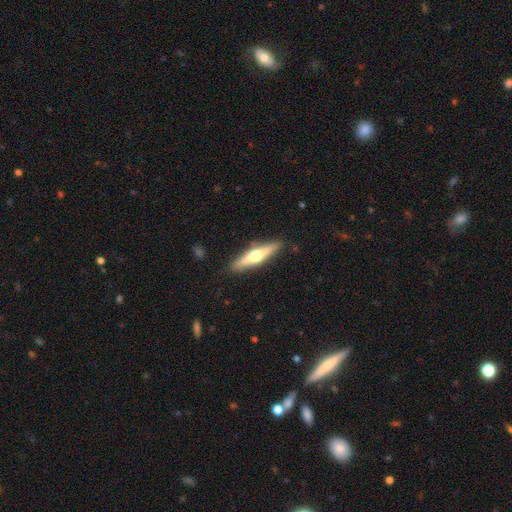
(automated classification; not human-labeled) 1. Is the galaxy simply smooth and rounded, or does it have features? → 63% featured or disk, 31% smooth, 5% star or artifact.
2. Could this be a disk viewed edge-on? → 96% yes, 4% no.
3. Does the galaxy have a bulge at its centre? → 95% rounded, 3% boxy, 2% none.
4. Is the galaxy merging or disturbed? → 89% none, 8% minor disturbance, 2% major disturbance, 1% merger.